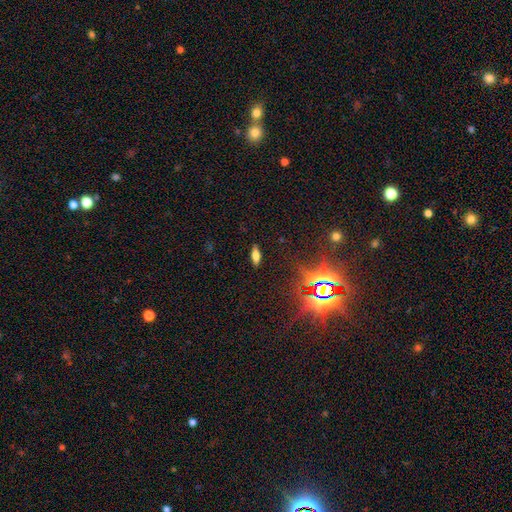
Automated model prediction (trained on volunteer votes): A smooth galaxy with no disk features (64%) that is in between round and cigar-shaped (69%). Merging: none (88%).